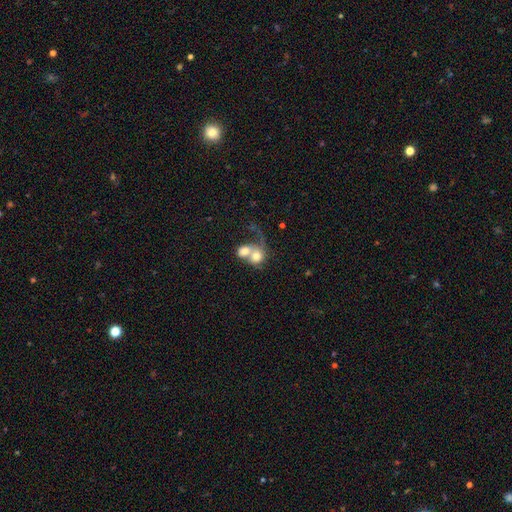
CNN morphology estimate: smooth-or-featured: smooth: 61% | featured or disk: 31% | star or artifact: 8%
  how-rounded: round: 67% | in between: 32% | cigar-shaped: 1%
  merging: merger: 76% | major disturbance: 10% | none: 10% | minor disturbance: 4%